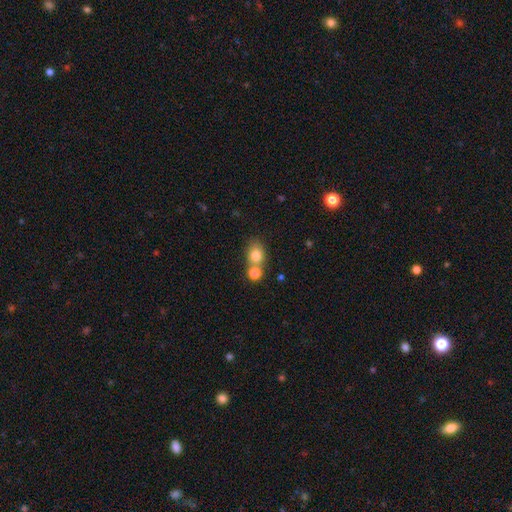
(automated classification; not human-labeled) smooth-or-featured: smooth: 78% | star or artifact: 11% | featured or disk: 11%
  how-rounded: round: 51% | in between: 48% | cigar-shaped: 1%
  merging: none: 48% | merger: 39% | minor disturbance: 10% | major disturbance: 3%